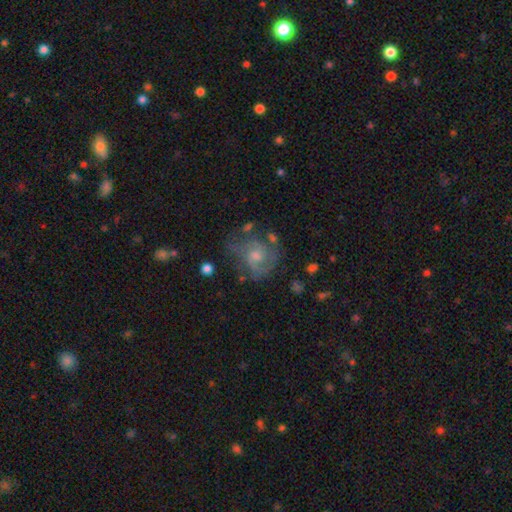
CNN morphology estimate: smooth-or-featured: featured or disk: 66% | smooth: 23% | star or artifact: 11%
  disk-edge-on: no: 97% | yes: 3%
    bar: no: 73% | weak: 24% | strong: 3%
    has-spiral-arms: yes: 81% | no: 19%
      spiral-winding: medium: 44% | tight: 38% | loose: 18%
      spiral-arm-count: 2: 41% | can't tell: 31% | 3: 14% | 1: 7% | 4: 4% | more than 4: 3%
    bulge-size: moderate: 56% | small: 33% | large: 5% | none: 4% | dominant: 1%
  merging: none: 56% | minor disturbance: 23% | major disturbance: 17% | merger: 4%